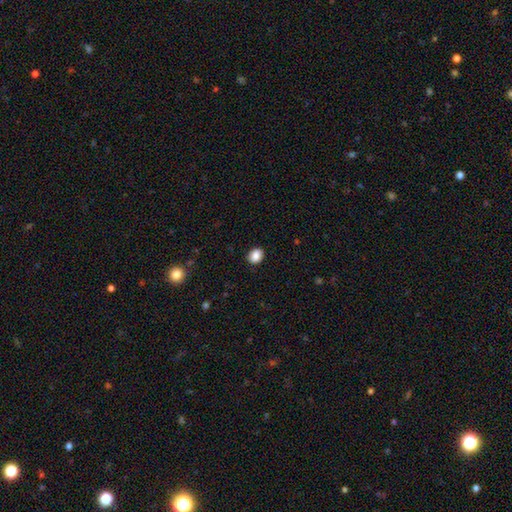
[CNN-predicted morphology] A smooth galaxy with no disk features (88%) that is round (50%). Merging: none (89%).